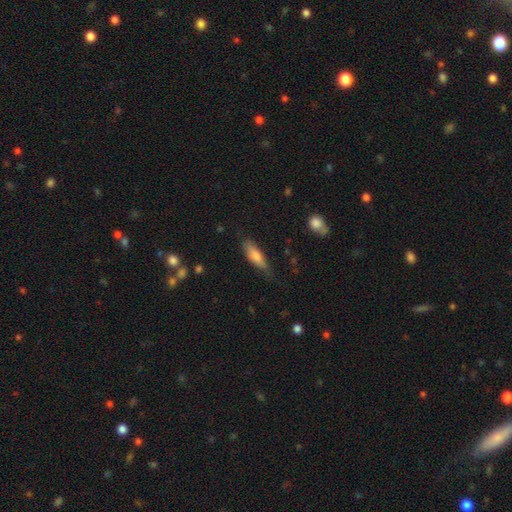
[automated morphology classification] The model was most divided on "how rounded": in between: 50%, cigar-shaped: 48%, round: 2%. More confident: smooth or featured — smooth (72%); merging — none (68%).